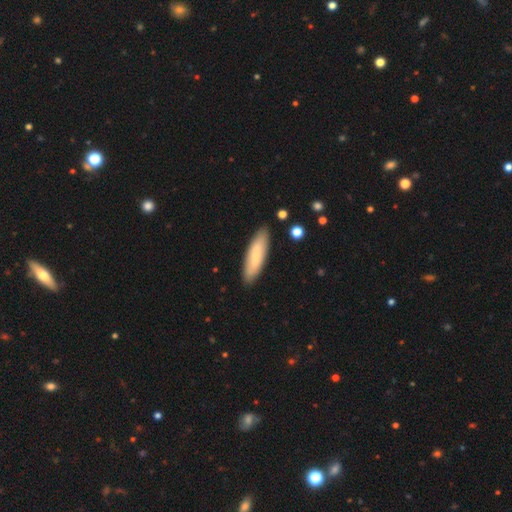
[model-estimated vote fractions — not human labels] smooth_or_featured: smooth (p=0.72) [alt: featured or disk p=0.22]
how_rounded: cigar-shaped (p=0.61) [alt: in between p=0.37]
merging: none (p=0.88) [alt: minor disturbance p=0.09]